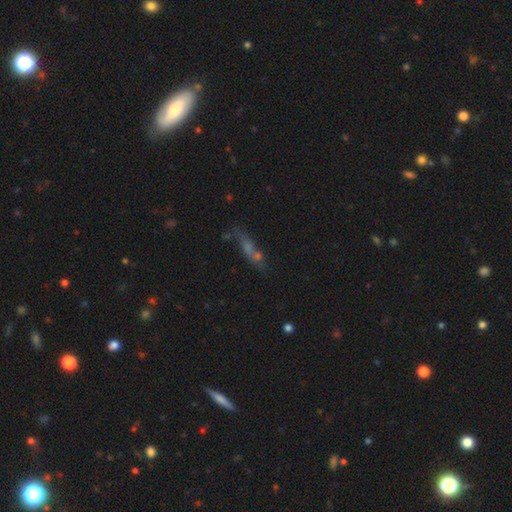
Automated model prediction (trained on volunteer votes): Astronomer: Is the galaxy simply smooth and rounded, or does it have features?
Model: smooth — 42% (runner-up: featured or disk, 32%).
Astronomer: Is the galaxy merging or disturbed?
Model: none — 41% (runner-up: merger, 29%).